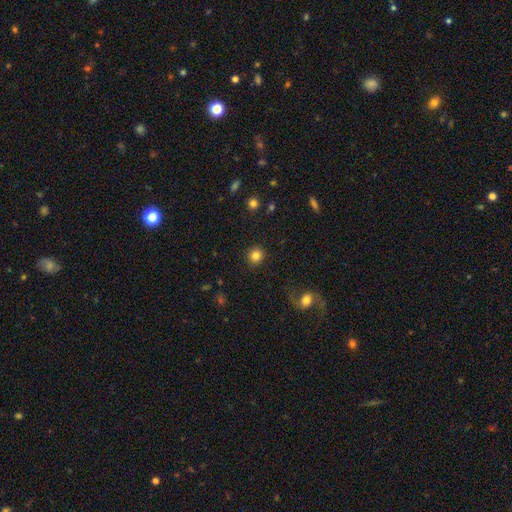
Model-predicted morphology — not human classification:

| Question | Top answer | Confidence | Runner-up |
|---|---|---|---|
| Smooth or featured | smooth | 83% | star or artifact (11%) |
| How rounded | round | 91% | in between (8%) |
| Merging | none | 90% | minor disturbance (6%) |